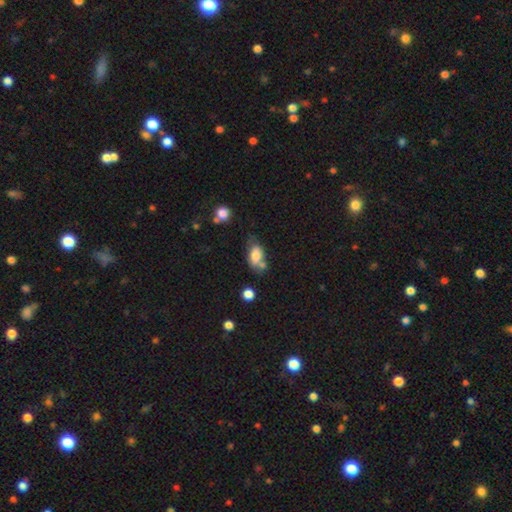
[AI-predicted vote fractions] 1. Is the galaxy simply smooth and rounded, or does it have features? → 73% smooth, 19% featured or disk, 8% star or artifact.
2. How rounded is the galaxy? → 88% in between, 7% round, 5% cigar-shaped.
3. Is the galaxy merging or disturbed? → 40% none, 27% merger, 24% minor disturbance, 9% major disturbance.